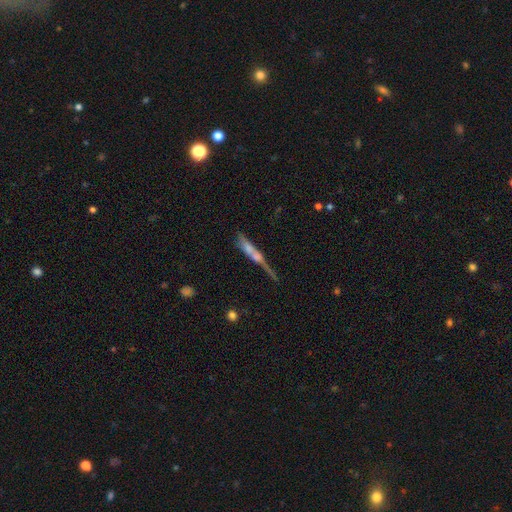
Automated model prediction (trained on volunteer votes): Smooth or featured?
  - featured or disk: 54% *
  - smooth: 34%
  - star or artifact: 12%
Edge-on disk?
  - yes: 79% *
  - no: 21%
Merging?
  - none: 38% *
  - merger: 32%
  - minor disturbance: 16%
  - major disturbance: 14%